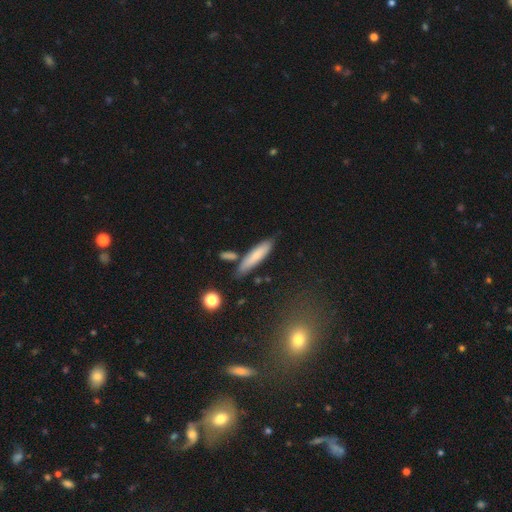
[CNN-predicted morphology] This is likely a smooth galaxy (69%). How rounded: likely cigar-shaped (77%). Merging: likely none (75%).